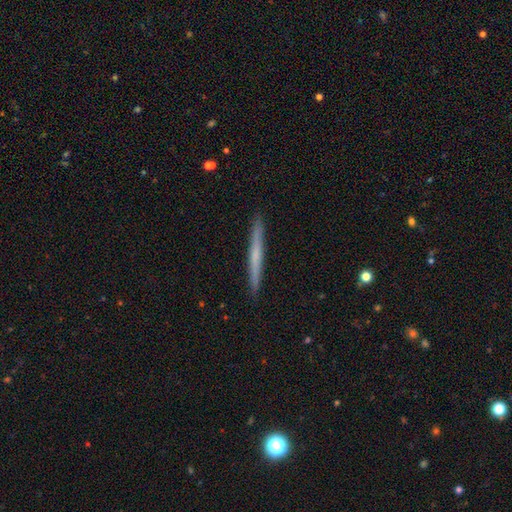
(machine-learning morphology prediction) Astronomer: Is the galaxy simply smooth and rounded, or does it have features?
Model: smooth — 47%, tied with featured or disk at 47%.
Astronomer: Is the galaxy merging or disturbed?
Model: none — 93%.